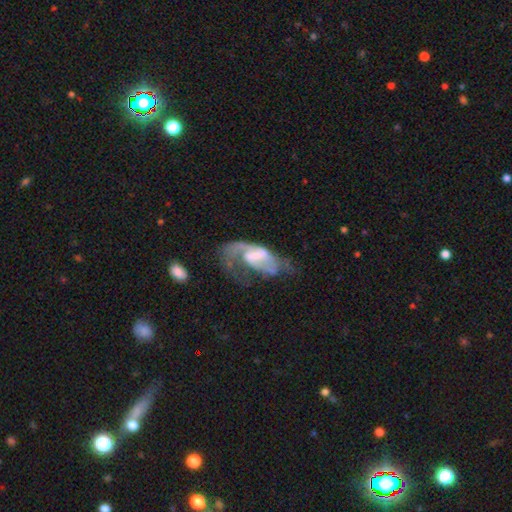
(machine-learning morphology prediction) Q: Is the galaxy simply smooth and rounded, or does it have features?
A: featured or disk — 77%.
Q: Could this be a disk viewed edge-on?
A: no — 96%.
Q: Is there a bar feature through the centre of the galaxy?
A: weak — 48%.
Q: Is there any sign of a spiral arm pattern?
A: yes — 83%.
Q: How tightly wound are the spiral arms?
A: loose — 42%, tied with medium.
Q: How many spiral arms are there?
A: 2 — 48%.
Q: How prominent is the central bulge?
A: small — 33%.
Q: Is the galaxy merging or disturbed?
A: major disturbance — 45%.